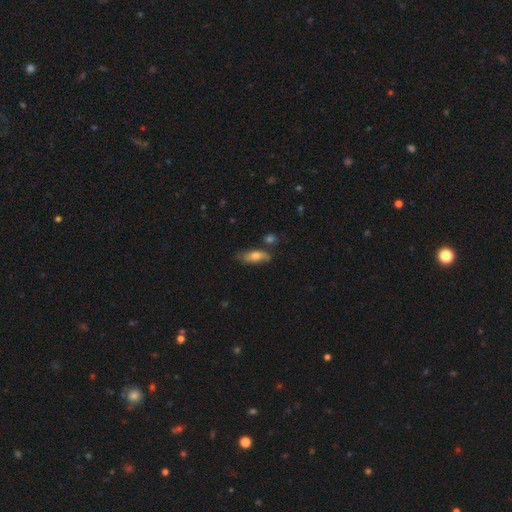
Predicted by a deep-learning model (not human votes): smooth 68%, featured or disk 25%, star or artifact 7%. Down the decision tree: how rounded — in between (65%); merging — none (62%).